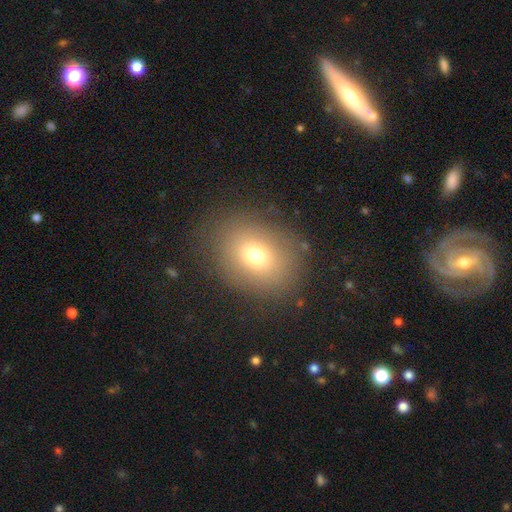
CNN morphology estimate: Smooth or featured: smooth — 72% (star or artifact — 14%)
How rounded: in between — 55% (round — 44%)
Merging: none — 82% (minor disturbance — 11%)